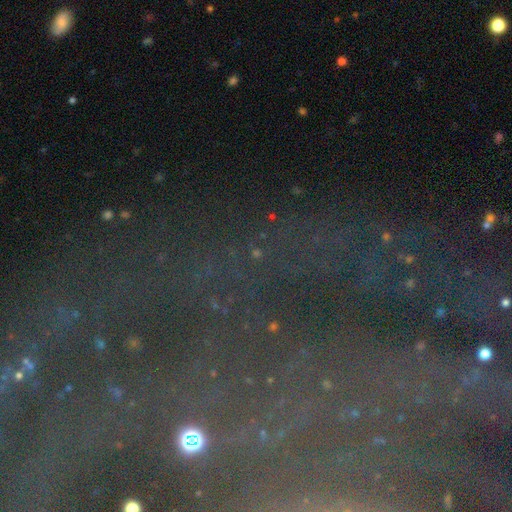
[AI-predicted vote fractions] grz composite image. It shows a star or artifact, not a galaxy (62%).